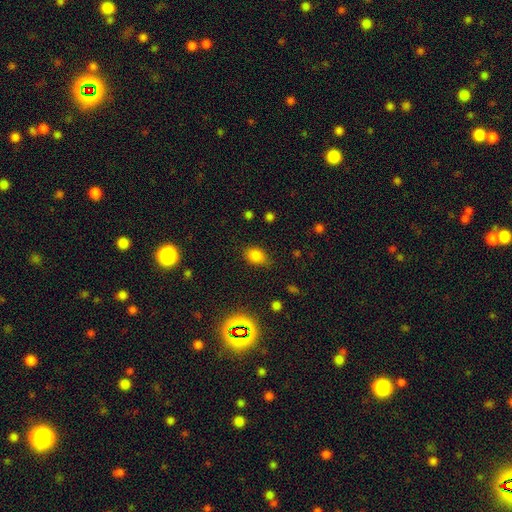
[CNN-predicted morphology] Smooth or featured? Predicted: smooth (p=0.79). How rounded? Predicted: in between (p=0.74). Merging? Predicted: none (p=0.75).